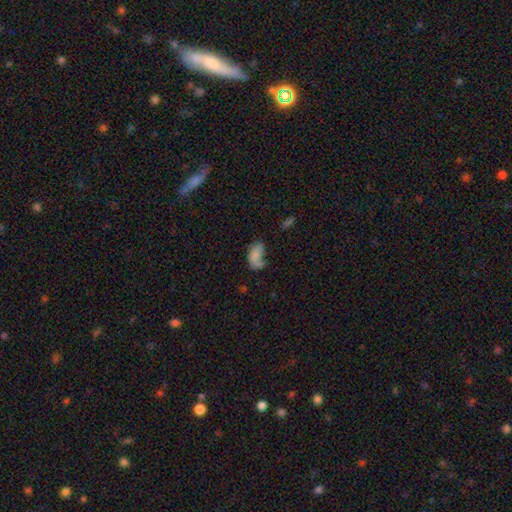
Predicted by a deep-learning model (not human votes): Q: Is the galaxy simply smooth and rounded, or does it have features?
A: smooth — 60%.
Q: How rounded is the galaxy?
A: in between — 91%.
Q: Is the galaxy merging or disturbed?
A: none — 34%.